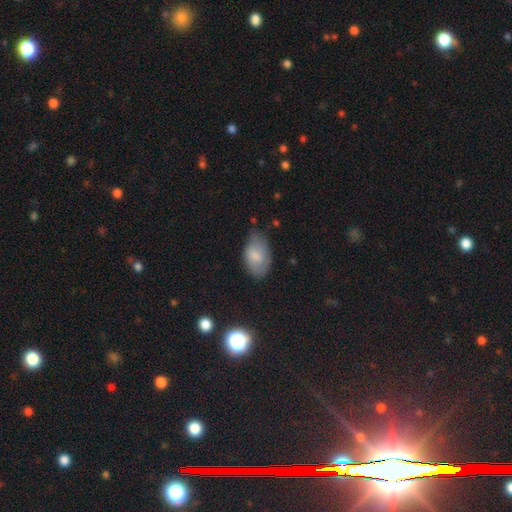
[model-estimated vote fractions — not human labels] This is likely a smooth galaxy (75%). How rounded: clearly in between (93%). Merging: possibly none (55%).